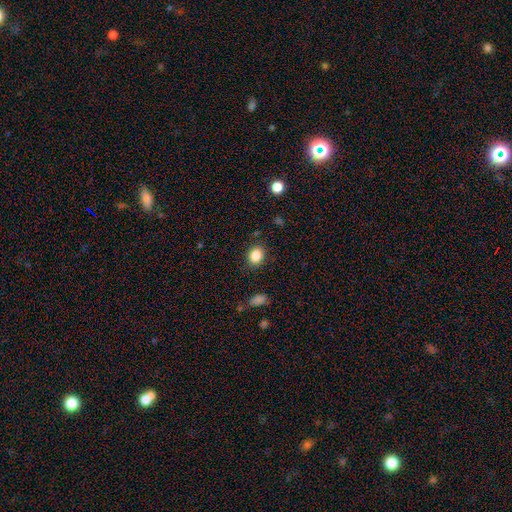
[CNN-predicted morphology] A smooth galaxy with no disk features (85%) that is round (52%).

Vote fractions:
- Smooth or featured? smooth: 85% / star or artifact: 10% / featured or disk: 5%
- How rounded? round: 52% / in between: 47% / cigar-shaped: 1%
- Merging? none: 85% / minor disturbance: 10% / major disturbance: 3% / merger: 2%